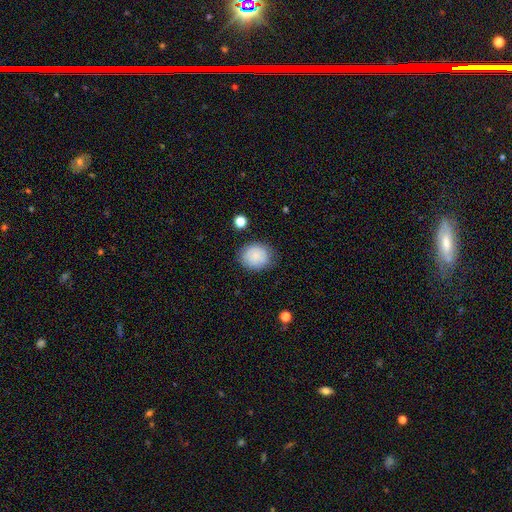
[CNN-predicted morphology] This is clearly a smooth galaxy (84%). How rounded: likely round (66%). Merging: clearly none (81%).